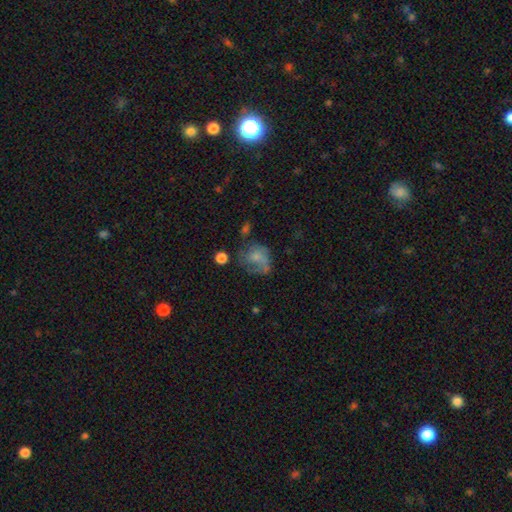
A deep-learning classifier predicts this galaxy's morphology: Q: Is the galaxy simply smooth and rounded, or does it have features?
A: featured or disk — 48%.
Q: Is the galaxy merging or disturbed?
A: none — 42%.